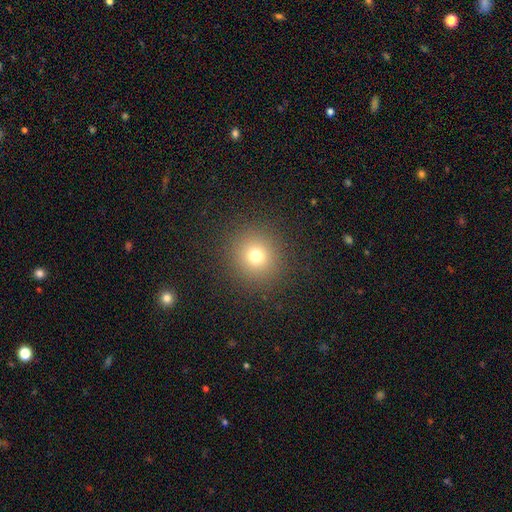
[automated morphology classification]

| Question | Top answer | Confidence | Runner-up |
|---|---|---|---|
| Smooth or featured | smooth | 73% | star or artifact (18%) |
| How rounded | round | 91% | in between (8%) |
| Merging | none | 89% | minor disturbance (6%) |